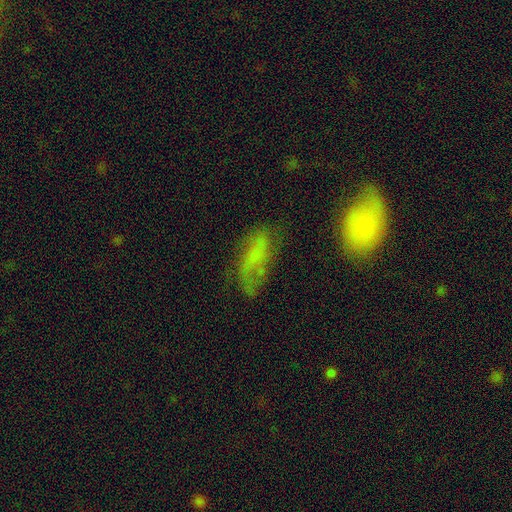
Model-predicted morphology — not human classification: Smooth or featured: smooth — 56% (featured or disk — 31%)
How rounded: in between — 78% (cigar-shaped — 18%)
Merging: none — 52% (minor disturbance — 27%)